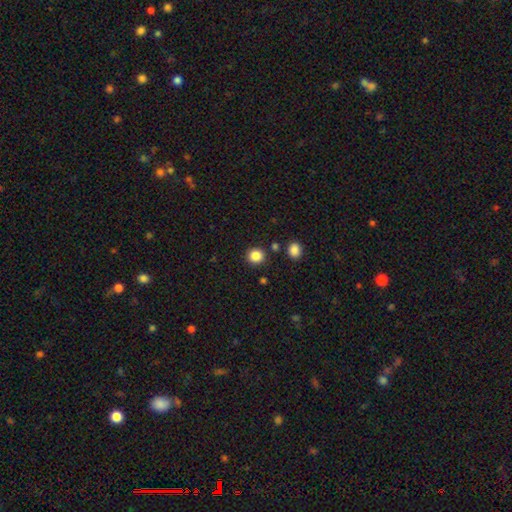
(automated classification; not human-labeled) smooth-or-featured: smooth: 85% | star or artifact: 11% | featured or disk: 4%
  how-rounded: round: 89% | in between: 10% | cigar-shaped: 1%
  merging: none: 87% | minor disturbance: 6% | merger: 4% | major disturbance: 2%